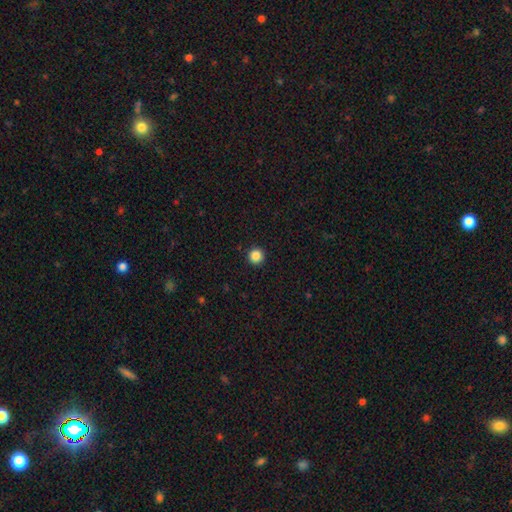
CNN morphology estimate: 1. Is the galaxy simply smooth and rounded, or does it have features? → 86% smooth, 11% star or artifact, 3% featured or disk.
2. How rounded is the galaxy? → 96% round, 3% in between, 1% cigar-shaped.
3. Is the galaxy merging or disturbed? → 93% none, 4% minor disturbance, 2% major disturbance, 1% merger.